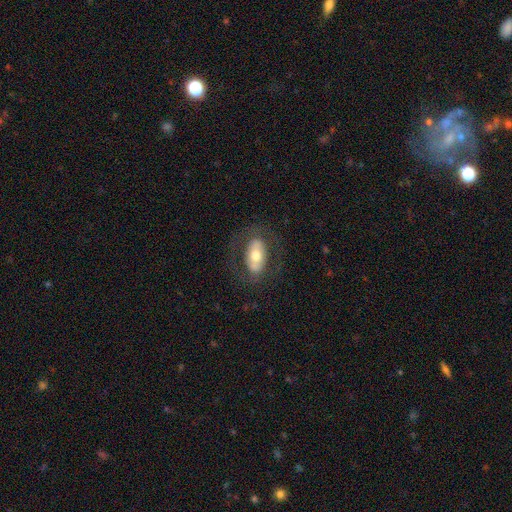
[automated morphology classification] smooth_or_featured: smooth (p=0.47) [alt: featured or disk p=0.46]
merging: none (p=0.76) [alt: minor disturbance p=0.13]